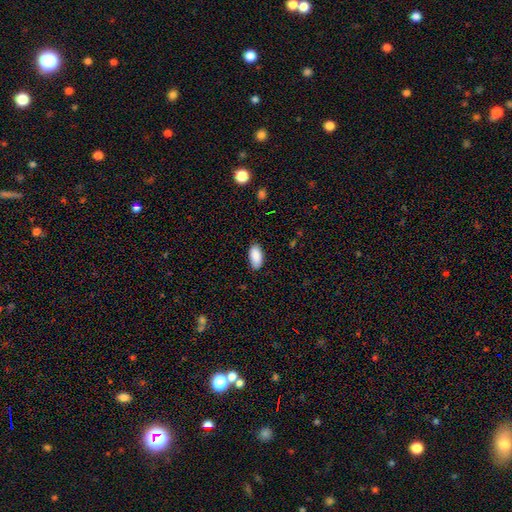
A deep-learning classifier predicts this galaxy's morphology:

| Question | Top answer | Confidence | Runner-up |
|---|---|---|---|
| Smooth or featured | smooth | 88% | star or artifact (7%) |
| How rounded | in between | 93% | cigar-shaped (5%) |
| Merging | none | 83% | minor disturbance (14%) |